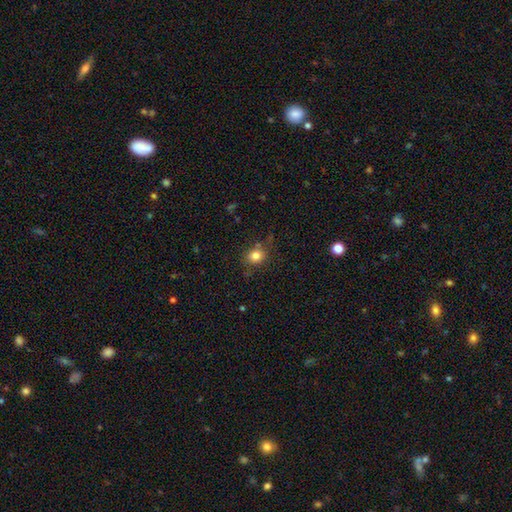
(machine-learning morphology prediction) Overall: smooth (81%). How rounded: round (64%; in between 35%). Merging: none (73%).